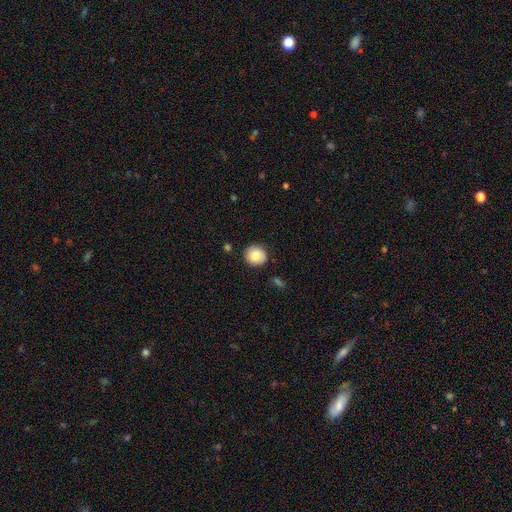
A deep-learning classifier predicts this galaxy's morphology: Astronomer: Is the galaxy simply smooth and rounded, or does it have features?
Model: smooth — 82%.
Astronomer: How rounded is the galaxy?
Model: round — 91%.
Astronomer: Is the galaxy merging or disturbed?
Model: none — 87%.